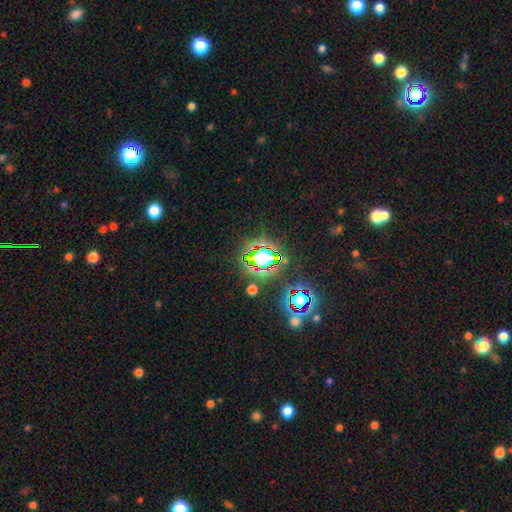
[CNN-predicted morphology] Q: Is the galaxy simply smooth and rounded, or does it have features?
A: star or artifact — 74%.